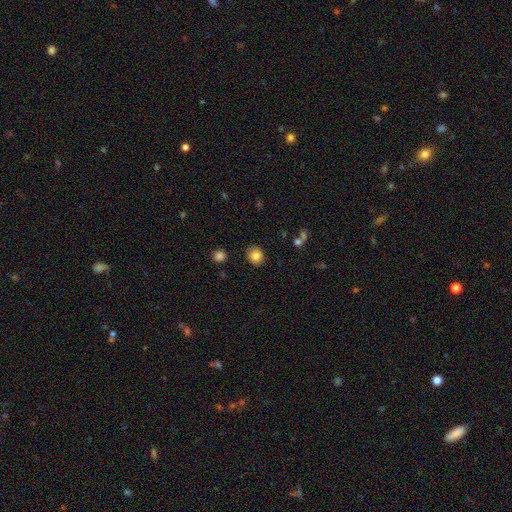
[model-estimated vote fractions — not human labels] A smooth galaxy with no disk features (84%) that is round (79%).

Vote fractions:
- Smooth or featured? smooth: 84% / star or artifact: 10% / featured or disk: 6%
- How rounded? round: 79% / in between: 20% / cigar-shaped: 1%
- Merging? none: 88% / minor disturbance: 8% / major disturbance: 2% / merger: 2%